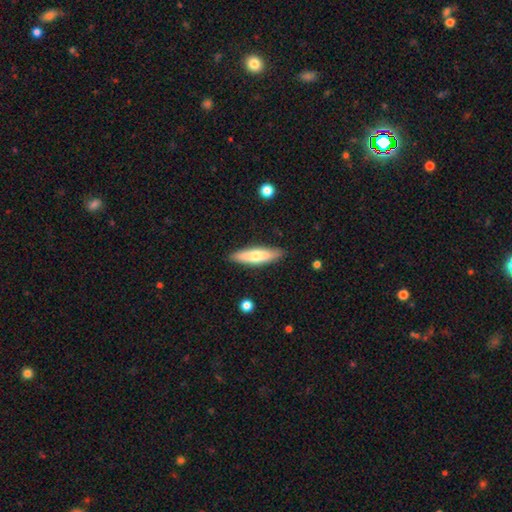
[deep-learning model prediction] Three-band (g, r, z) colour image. It shows a smooth galaxy with no disk features (63%) that is cigar-shaped (70%). Merging: none (88%).